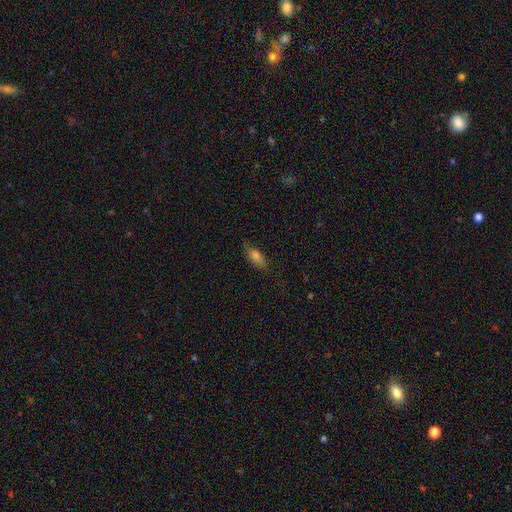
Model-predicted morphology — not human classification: smooth 67%, featured or disk 23%, star or artifact 10%. Down the decision tree: how rounded — in between (65%); merging — none (75%).